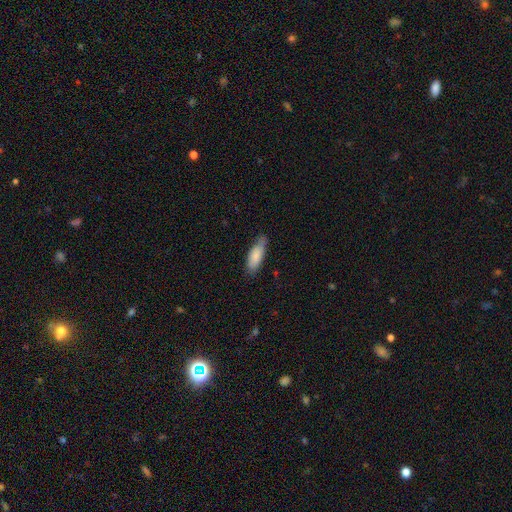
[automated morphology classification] smooth 83%, featured or disk 12%, star or artifact 6%. Down the decision tree: how rounded — in between (64%); merging — none (71%).